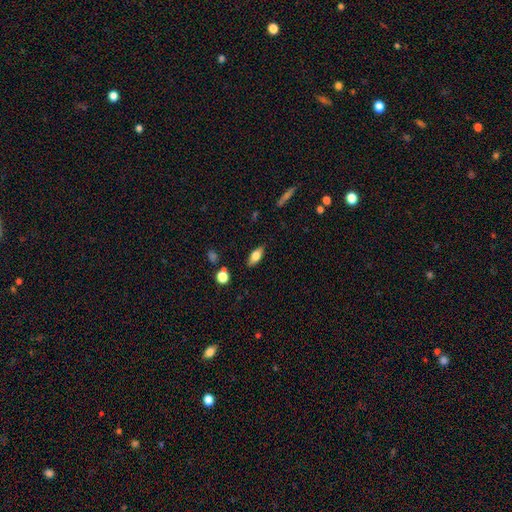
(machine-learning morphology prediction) smooth_or_featured: smooth (p=0.69) [alt: featured or disk p=0.23]
how_rounded: in between (p=0.78) [alt: cigar-shaped p=0.18]
merging: none (p=0.86) [alt: minor disturbance p=0.10]